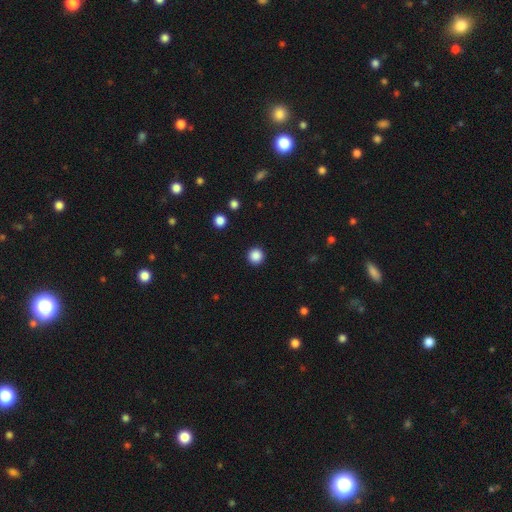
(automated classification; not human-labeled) Smooth or featured: smooth — 87% (star or artifact — 11%)
How rounded: round — 96% (in between — 4%)
Merging: none — 92% (minor disturbance — 5%)